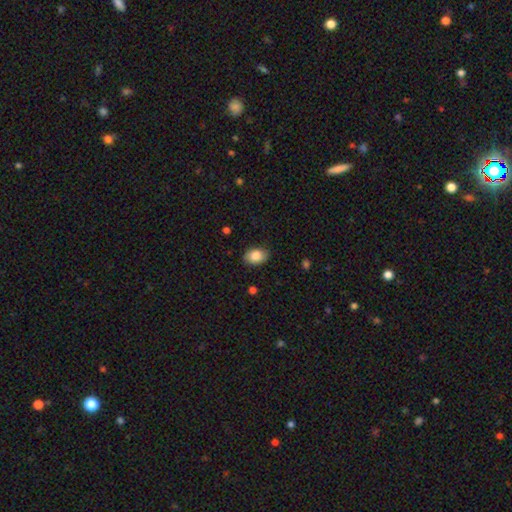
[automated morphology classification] type=smooth (84%); roundness=in between (84%); merging=none (86%).